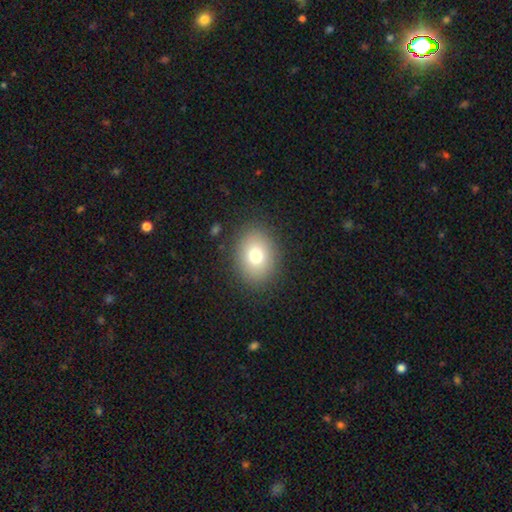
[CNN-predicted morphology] A smooth galaxy with no disk features (77%) that is in between round and cigar-shaped (55%).

Vote fractions:
- Smooth or featured? smooth: 77% / featured or disk: 12% / star or artifact: 11%
- How rounded? in between: 55% / round: 44% / cigar-shaped: 1%
- Merging? none: 86% / minor disturbance: 9% / major disturbance: 4% / merger: 1%